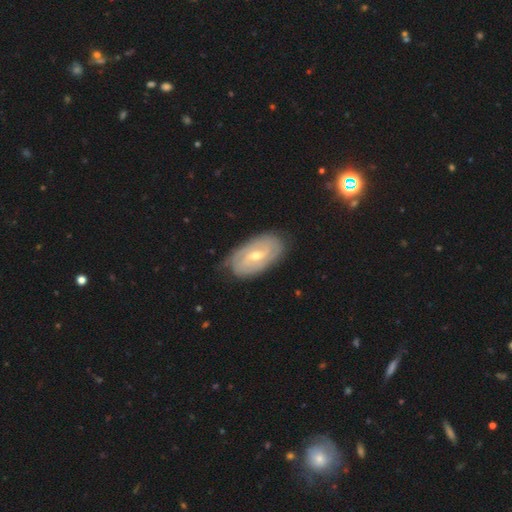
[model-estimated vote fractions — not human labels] Smooth or featured? featured or disk (78%)
Edge-on disk? no (93%)
Bar? weak (52%)
Spiral arms? yes (89%)
Spiral winding? tight (66%)
Spiral arm count? 2 (46%)
Bulge size? moderate (51%)
Merging? none (80%)